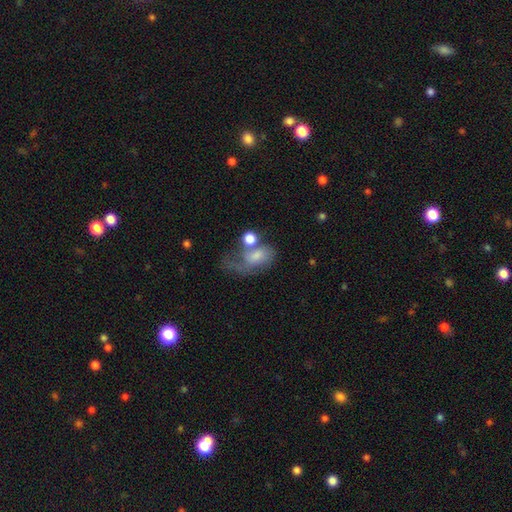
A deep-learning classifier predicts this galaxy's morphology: Smooth or featured?
  - smooth: 46% *
  - featured or disk: 40%
  - star or artifact: 14%
Merging?
  - major disturbance: 39% *
  - none: 23%
  - merger: 21%
  - minor disturbance: 18%